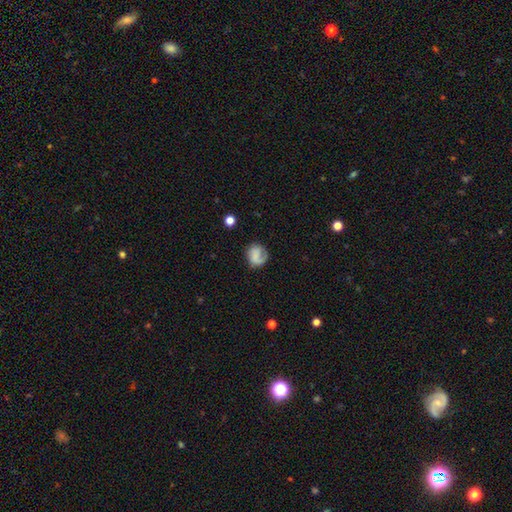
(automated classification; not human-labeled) This is likely a smooth galaxy (62%). How rounded: likely round (71%). Merging: possibly none (58%).